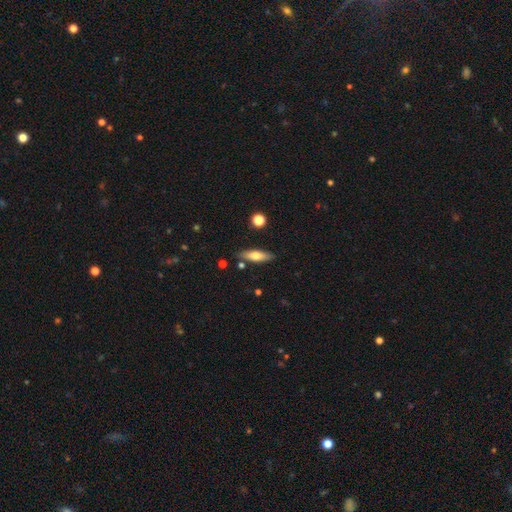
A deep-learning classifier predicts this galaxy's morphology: This is likely a smooth galaxy (61%). How rounded: possibly cigar-shaped (59%). Merging: clearly none (83%).